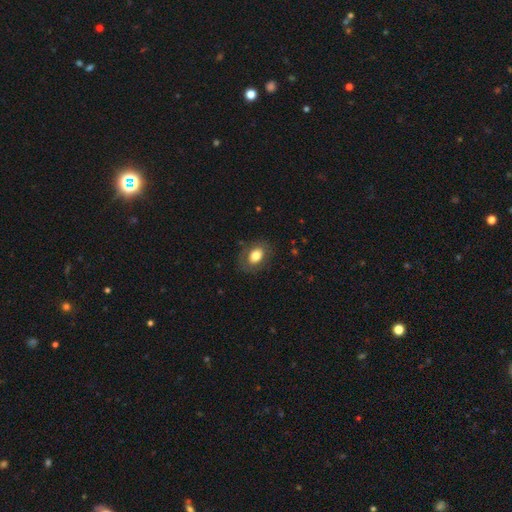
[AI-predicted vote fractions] This appears to be a smooth galaxy with no disk features (73%) that is in between round and cigar-shaped (74%). Merging: none (80%).